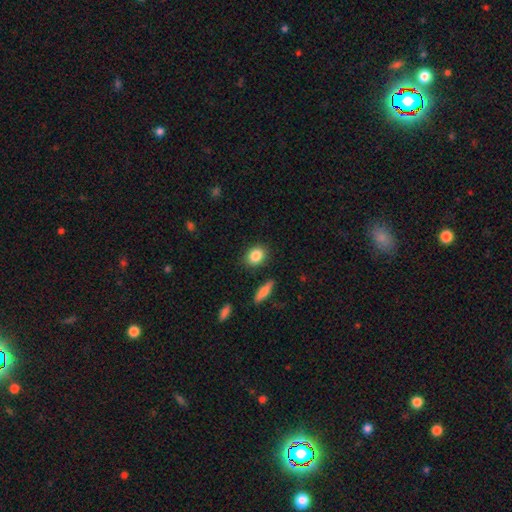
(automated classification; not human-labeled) smooth-or-featured: smooth: 86% | star or artifact: 8% | featured or disk: 6%
  how-rounded: in between: 56% | round: 41% | cigar-shaped: 2%
  merging: none: 86% | minor disturbance: 9% | merger: 2% | major disturbance: 2%